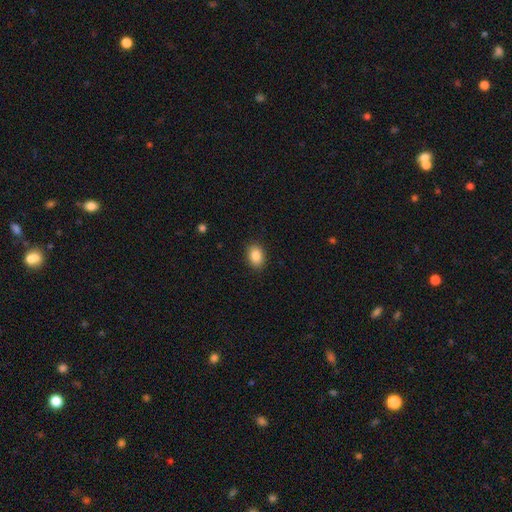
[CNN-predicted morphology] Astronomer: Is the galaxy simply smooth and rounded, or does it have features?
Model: smooth — 86%.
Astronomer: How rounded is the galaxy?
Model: in between — 73%.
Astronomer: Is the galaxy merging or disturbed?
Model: none — 89%.